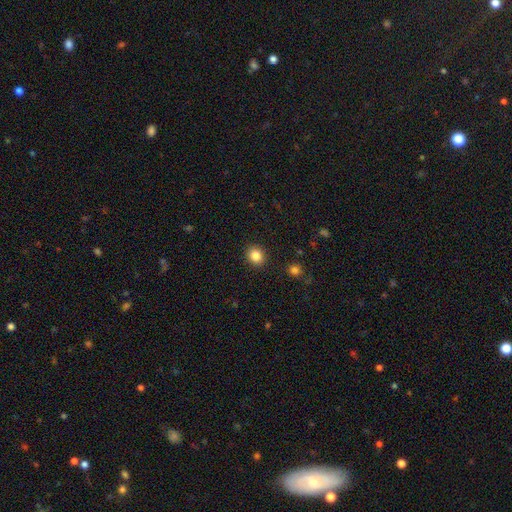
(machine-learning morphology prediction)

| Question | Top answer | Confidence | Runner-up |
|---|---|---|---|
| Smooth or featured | smooth | 85% | star or artifact (11%) |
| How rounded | round | 78% | in between (21%) |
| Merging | none | 91% | minor disturbance (6%) |